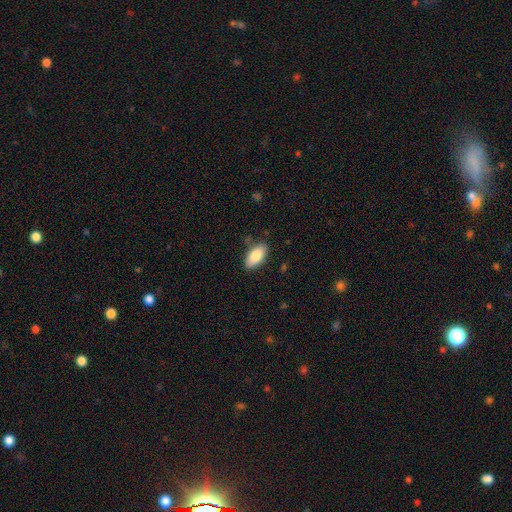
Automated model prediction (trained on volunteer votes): smooth_or_featured: smooth (p=0.83) [alt: featured or disk p=0.10]
how_rounded: in between (p=0.92) [alt: cigar-shaped p=0.06]
merging: none (p=0.83) [alt: minor disturbance p=0.13]